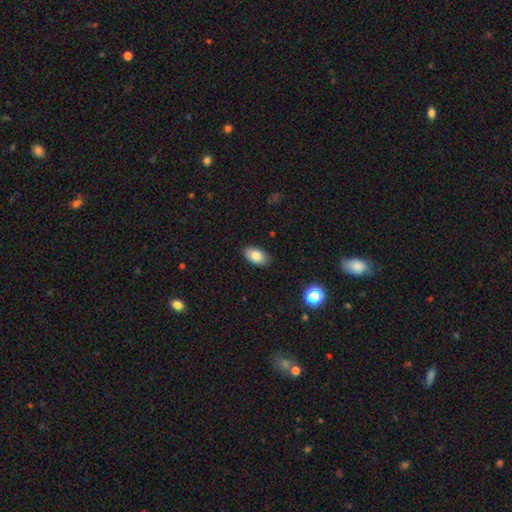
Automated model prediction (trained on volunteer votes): This appears to be a smooth galaxy with no disk features (84%) that is in between round and cigar-shaped (92%). Merging: none (86%).